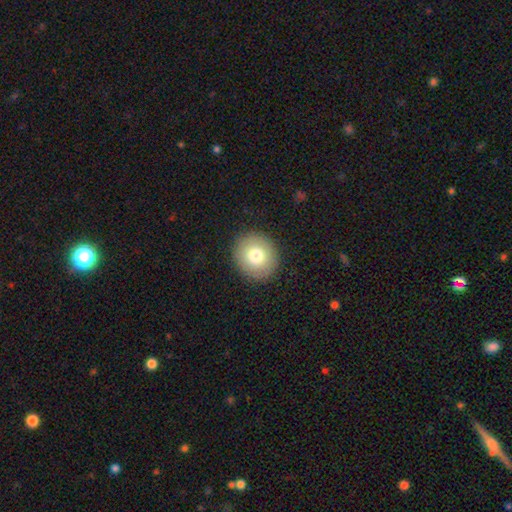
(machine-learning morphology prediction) Q: Smooth or featured?
A: smooth (78%); runner-up: featured or disk (12%)
Q: How rounded?
A: round (88%); runner-up: in between (11%)
Q: Merging?
A: none (91%); runner-up: minor disturbance (6%)